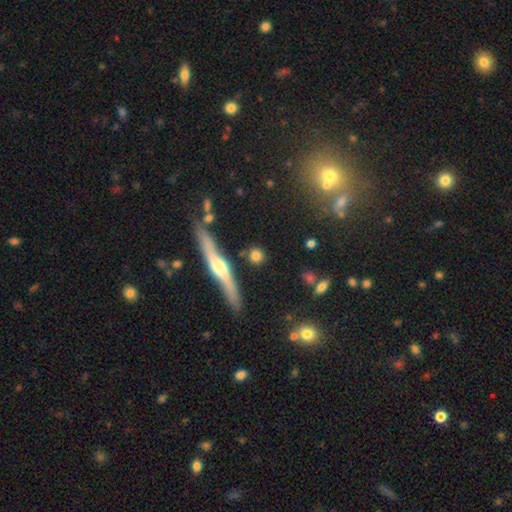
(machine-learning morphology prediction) smooth-or-featured: smooth: 74% | featured or disk: 17% | star or artifact: 8%
  how-rounded: round: 78% | in between: 12% | cigar-shaped: 11%
  merging: none: 83% | minor disturbance: 8% | merger: 5% | major disturbance: 3%